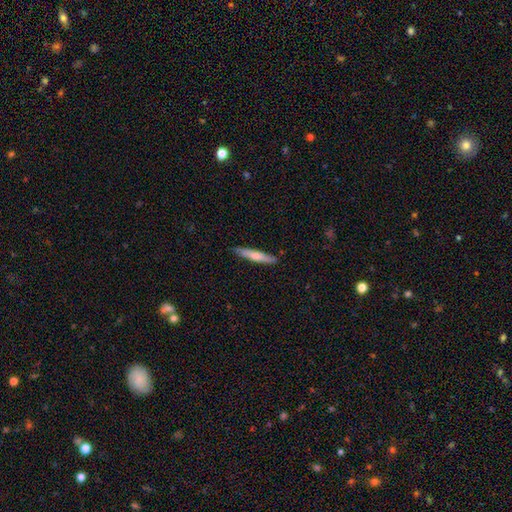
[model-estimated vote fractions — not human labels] Q: Smooth or featured?
A: smooth (62%); runner-up: featured or disk (33%)
Q: How rounded?
A: cigar-shaped (92%); runner-up: in between (7%)
Q: Merging?
A: none (87%); runner-up: minor disturbance (10%)